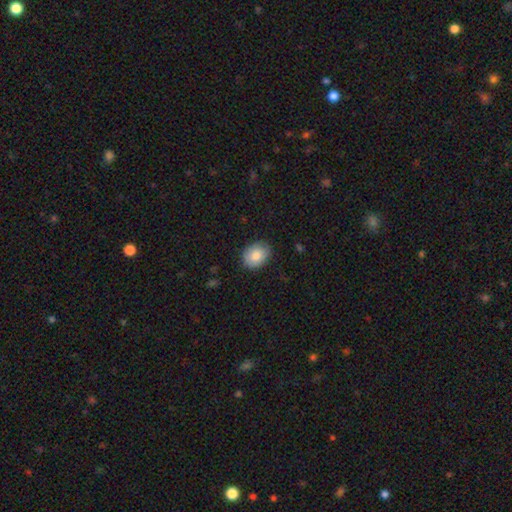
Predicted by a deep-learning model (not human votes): Overall: smooth (83%). How rounded: in between (58%; round 41%). Merging: none (83%).